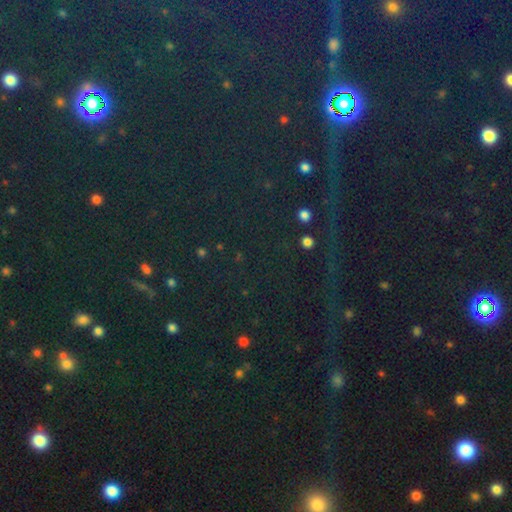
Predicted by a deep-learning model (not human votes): Smooth or featured?
  - star or artifact: 82% *
  - smooth: 10%
  - featured or disk: 7%